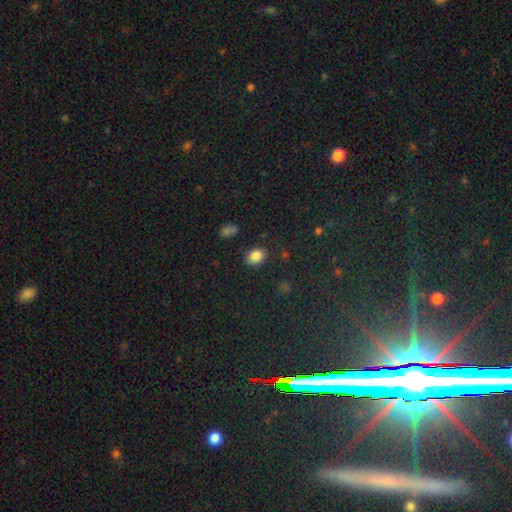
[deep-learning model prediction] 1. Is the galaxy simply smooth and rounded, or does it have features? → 84% smooth, 10% star or artifact, 6% featured or disk.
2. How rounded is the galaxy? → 68% in between, 31% round, 1% cigar-shaped.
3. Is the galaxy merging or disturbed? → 84% none, 11% minor disturbance, 3% major disturbance, 2% merger.